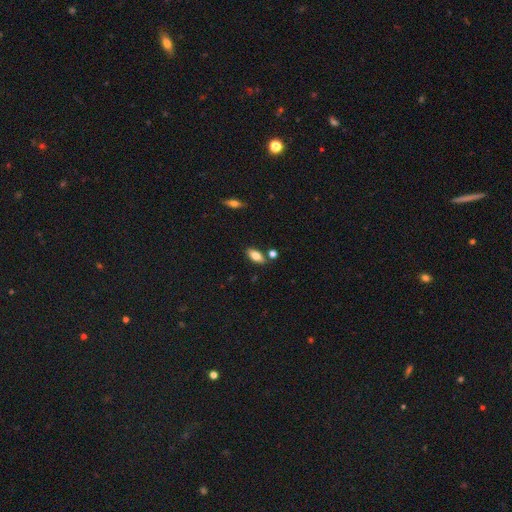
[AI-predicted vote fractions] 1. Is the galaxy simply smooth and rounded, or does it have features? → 72% smooth, 20% featured or disk, 7% star or artifact.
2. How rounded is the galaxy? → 85% in between, 12% cigar-shaped, 3% round.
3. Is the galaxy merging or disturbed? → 80% none, 11% minor disturbance, 7% merger, 2% major disturbance.